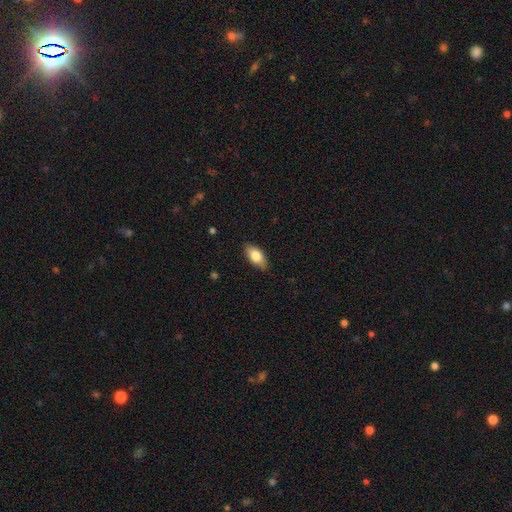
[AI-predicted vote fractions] Smooth or featured? Predicted: smooth (p=0.79). How rounded? Predicted: in between (p=0.90). Merging? Predicted: none (p=0.86).